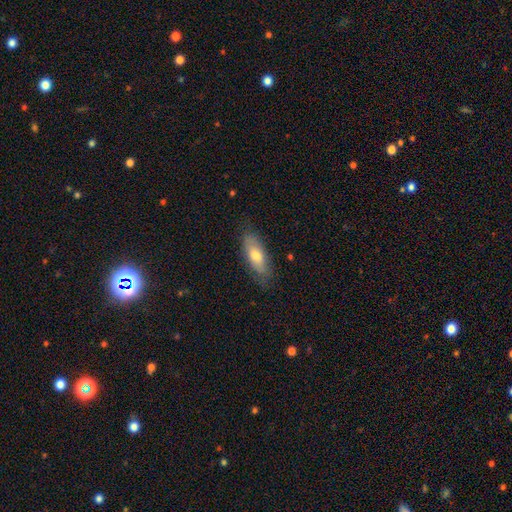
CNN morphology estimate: Smooth or featured?
  - smooth: 70% *
  - featured or disk: 24%
  - star or artifact: 6%
How rounded?
  - in between: 70% *
  - cigar-shaped: 28%
  - round: 2%
Merging?
  - none: 78% *
  - minor disturbance: 17%
  - major disturbance: 4%
  - merger: 1%